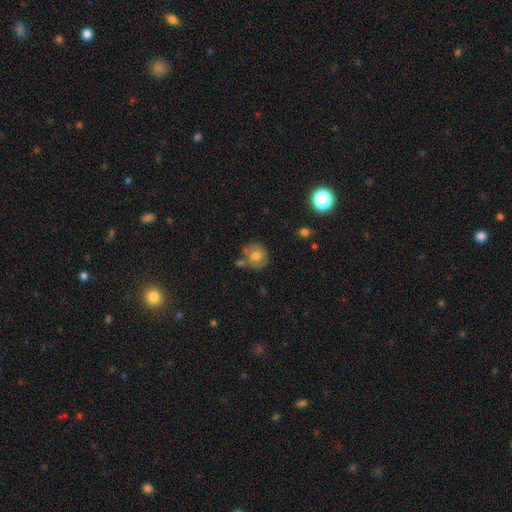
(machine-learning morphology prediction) Overall: smooth (66%; featured or disk 26%). How rounded: round (83%). Merging: none (61%).